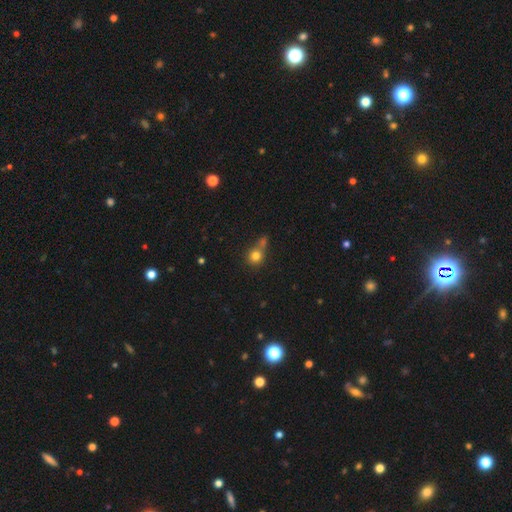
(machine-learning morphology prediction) The model was most divided on "merging": none: 48%, merger: 35%, minor disturbance: 12%, major disturbance: 6%. More confident: how rounded — round (86%); smooth or featured — smooth (78%).